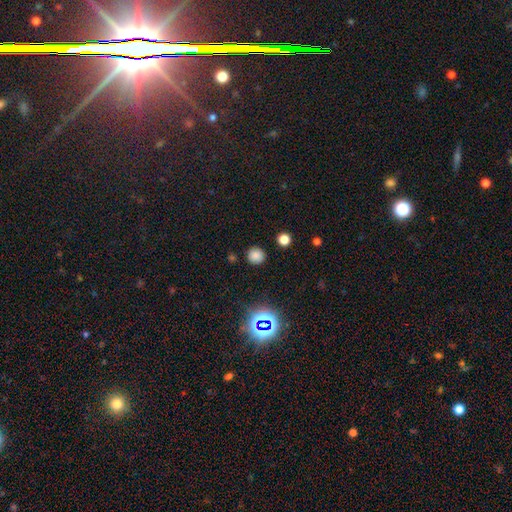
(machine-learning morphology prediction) A smooth galaxy with no disk features (77%) that is round (92%). Merging: none (88%).